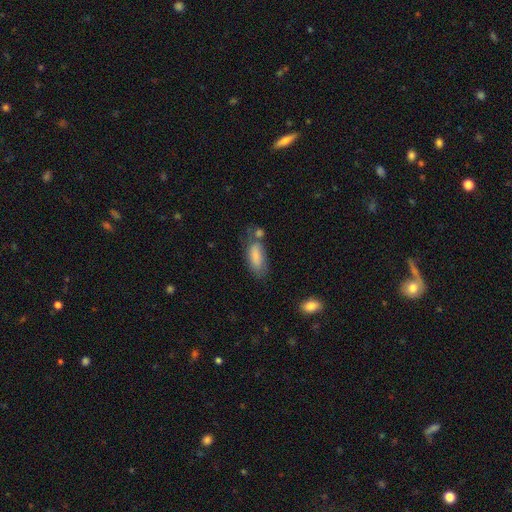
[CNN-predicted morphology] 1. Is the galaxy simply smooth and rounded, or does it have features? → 79% smooth, 14% featured or disk, 7% star or artifact.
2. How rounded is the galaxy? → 80% in between, 17% cigar-shaped, 2% round.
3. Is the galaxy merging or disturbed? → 48% none, 23% minor disturbance, 19% merger, 10% major disturbance.